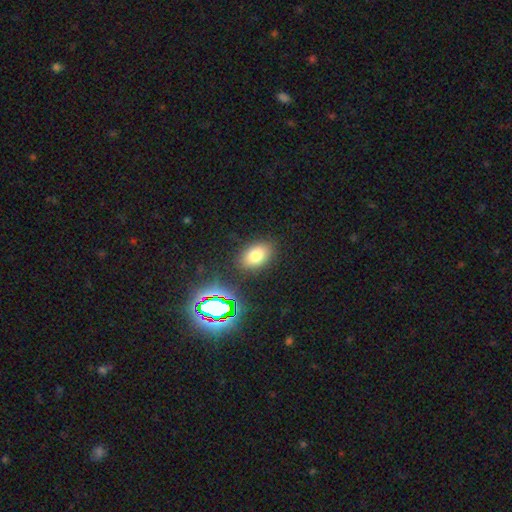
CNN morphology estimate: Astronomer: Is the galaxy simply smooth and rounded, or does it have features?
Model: smooth — 73%.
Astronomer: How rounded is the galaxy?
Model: in between — 83%.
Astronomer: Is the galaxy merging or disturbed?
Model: none — 85%.